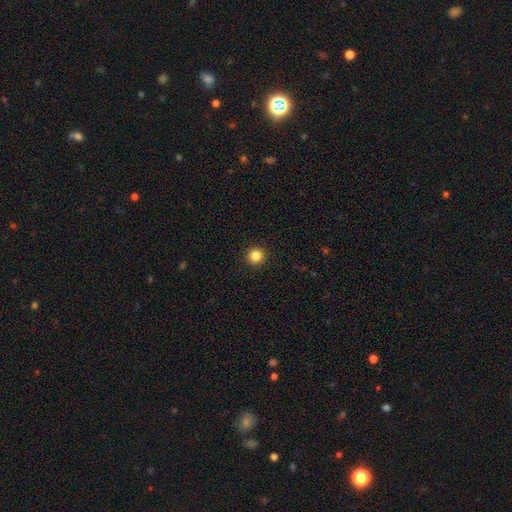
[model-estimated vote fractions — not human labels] smooth_or_featured: smooth (p=0.84) [alt: star or artifact p=0.12]
how_rounded: round (p=0.95) [alt: in between p=0.05]
merging: none (p=0.93) [alt: minor disturbance p=0.04]